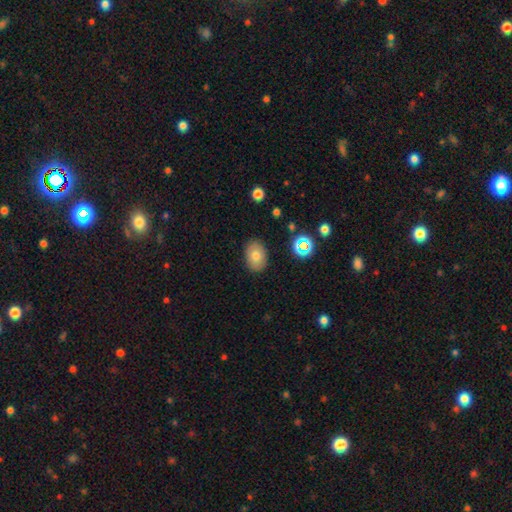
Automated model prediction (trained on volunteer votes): Smooth or featured?
  - smooth: 77% *
  - featured or disk: 13%
  - star or artifact: 10%
How rounded?
  - in between: 81% *
  - round: 18%
  - cigar-shaped: 1%
Merging?
  - none: 86% *
  - minor disturbance: 10%
  - major disturbance: 2%
  - merger: 1%